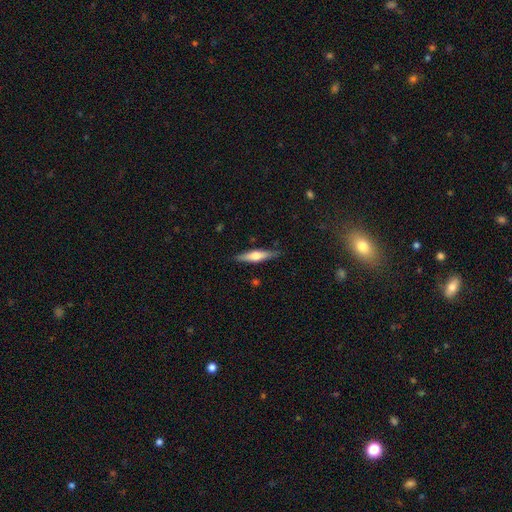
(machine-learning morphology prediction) featured or disk 53%, smooth 42%, star or artifact 6%. Down the decision tree: edge-on disk — yes (94%); merging — none (86%).